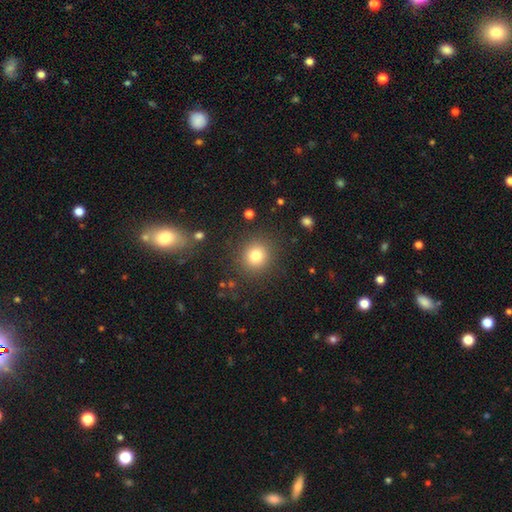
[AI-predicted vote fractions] The model was most divided on "smooth or featured": smooth: 80%, star or artifact: 12%, featured or disk: 7%. More confident: how rounded — round (88%); merging — none (87%).